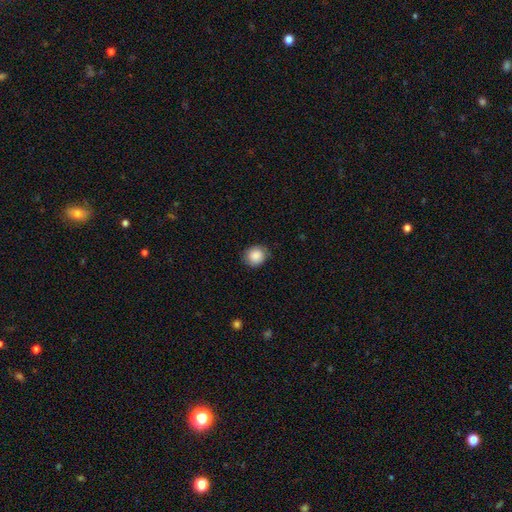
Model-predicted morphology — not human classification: Smooth or featured?
  - smooth: 87% *
  - star or artifact: 7%
  - featured or disk: 5%
How rounded?
  - round: 74% *
  - in between: 25%
  - cigar-shaped: 1%
Merging?
  - none: 81% *
  - minor disturbance: 15%
  - major disturbance: 3%
  - merger: 1%